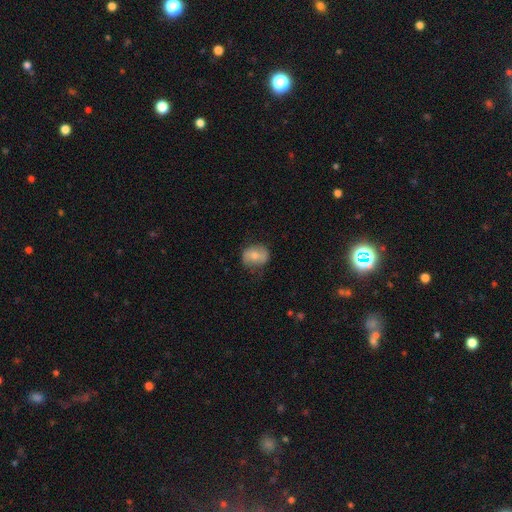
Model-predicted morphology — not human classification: Smooth or featured?
  - smooth: 61% *
  - featured or disk: 31%
  - star or artifact: 8%
How rounded?
  - round: 54% *
  - in between: 45%
  - cigar-shaped: 1%
Merging?
  - none: 70% *
  - minor disturbance: 22%
  - major disturbance: 7%
  - merger: 1%